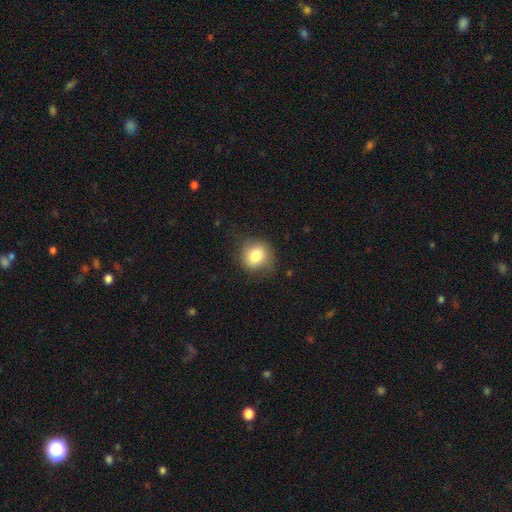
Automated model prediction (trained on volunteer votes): smooth-or-featured: smooth: 81% | featured or disk: 10% | star or artifact: 9%
  how-rounded: round: 80% | in between: 19% | cigar-shaped: 1%
  merging: none: 75% | minor disturbance: 19% | major disturbance: 6% | merger: 1%